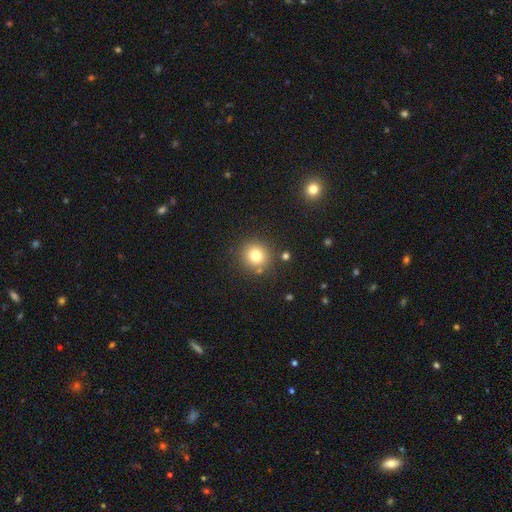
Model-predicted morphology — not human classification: A smooth galaxy with no disk features (78%) that is round (91%).

Vote fractions:
- Smooth or featured? smooth: 78% / star or artifact: 13% / featured or disk: 9%
- How rounded? round: 91% / in between: 8% / cigar-shaped: 1%
- Merging? none: 85% / minor disturbance: 8% / merger: 5% / major disturbance: 3%